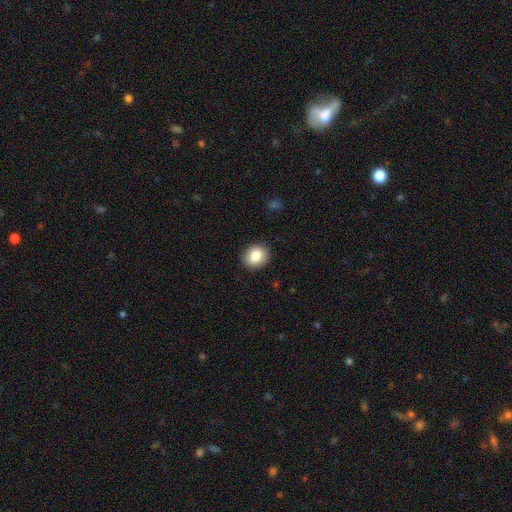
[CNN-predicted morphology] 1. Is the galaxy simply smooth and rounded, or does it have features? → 85% smooth, 9% star or artifact, 6% featured or disk.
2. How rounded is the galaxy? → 69% round, 30% in between, 1% cigar-shaped.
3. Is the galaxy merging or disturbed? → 89% none, 8% minor disturbance, 2% major disturbance, 1% merger.